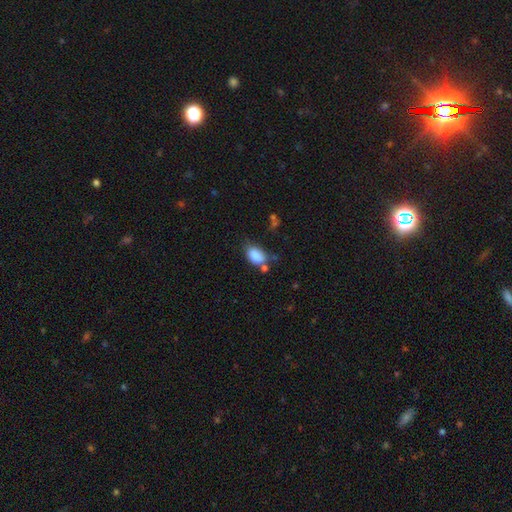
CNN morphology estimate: smooth_or_featured: smooth (p=0.85) [alt: star or artifact p=0.09]
how_rounded: in between (p=0.87) [alt: round p=0.12]
merging: none (p=0.51) [alt: minor disturbance p=0.26]